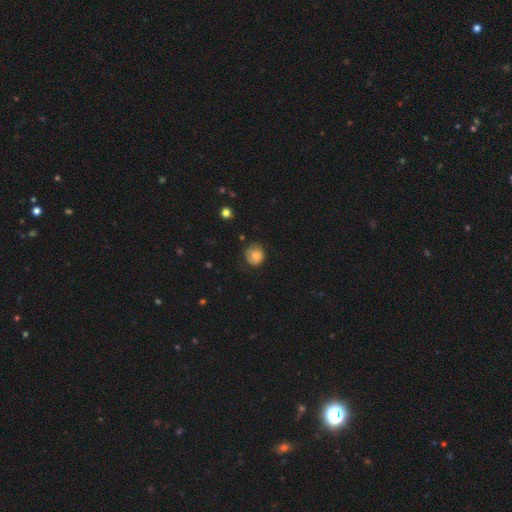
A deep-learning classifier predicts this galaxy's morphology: Overall: smooth (74%). How rounded: round (84%). Merging: none (70%).